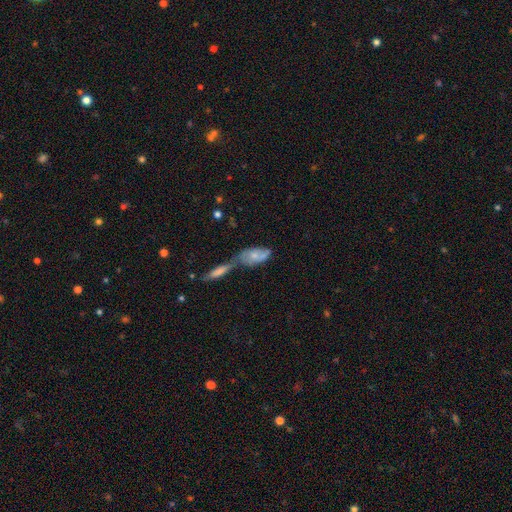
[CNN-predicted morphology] Smooth or featured? smooth (52%)
How rounded? in between (80%)
Merging? merger (58%)